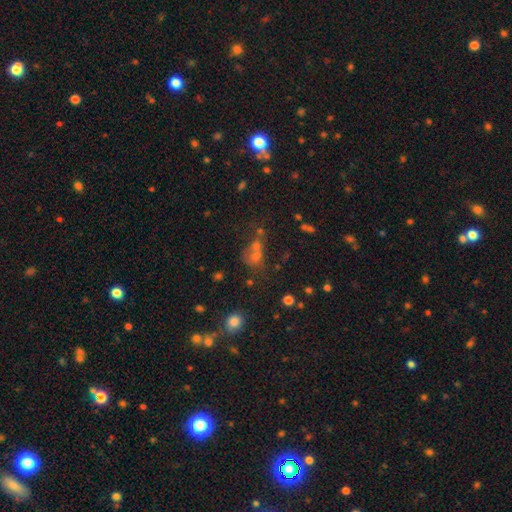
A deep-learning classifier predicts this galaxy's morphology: smooth_or_featured: smooth (p=0.46) [alt: star or artifact p=0.39]
merging: none (p=0.41) [alt: merger p=0.37]